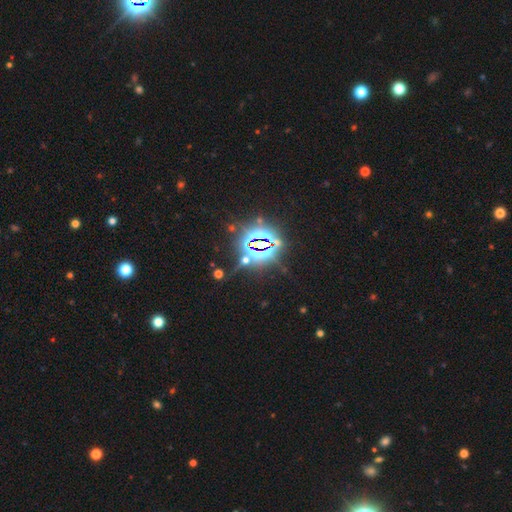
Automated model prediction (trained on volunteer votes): Smooth or featured? star or artifact (85%)